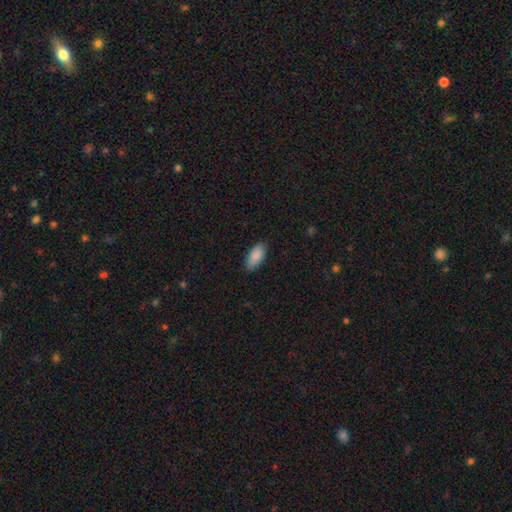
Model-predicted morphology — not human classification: smooth-or-featured: smooth: 89% | star or artifact: 6% | featured or disk: 5%
  how-rounded: in between: 89% | cigar-shaped: 9% | round: 2%
  merging: none: 87% | minor disturbance: 10% | major disturbance: 2% | merger: 1%